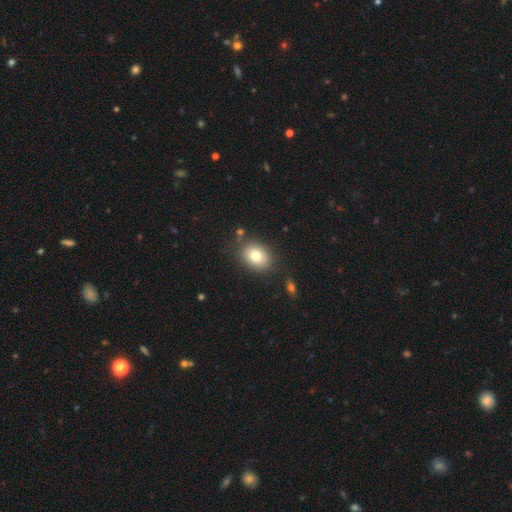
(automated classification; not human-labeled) Smooth or featured? smooth (79%)
How rounded? in between (59%)
Merging? none (81%)